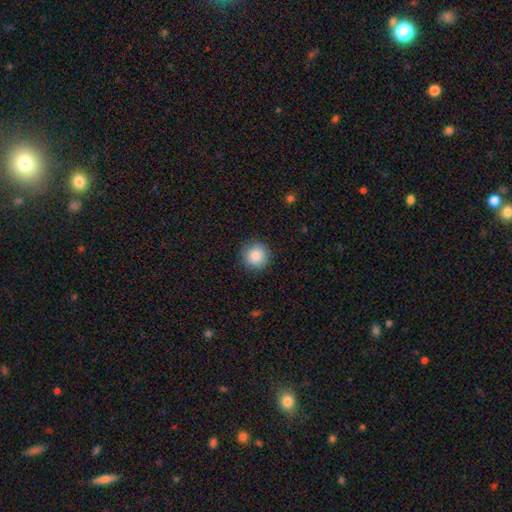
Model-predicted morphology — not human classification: A smooth galaxy with no disk features (87%) that is round (95%). Merging: none (90%).